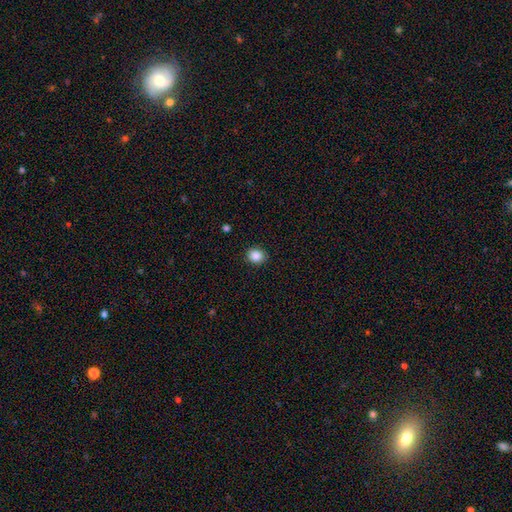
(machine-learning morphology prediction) This is clearly a smooth galaxy (87%). How rounded: likely round (71%). Merging: clearly none (90%).